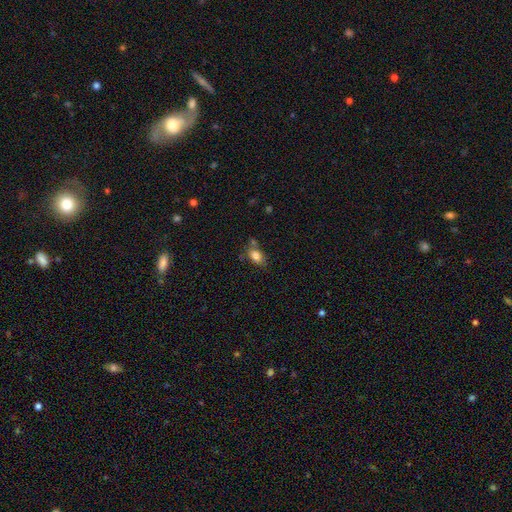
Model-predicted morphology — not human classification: Smooth or featured: smooth — 82% (featured or disk — 9%)
How rounded: in between — 84% (round — 13%)
Merging: none — 58% (minor disturbance — 21%)